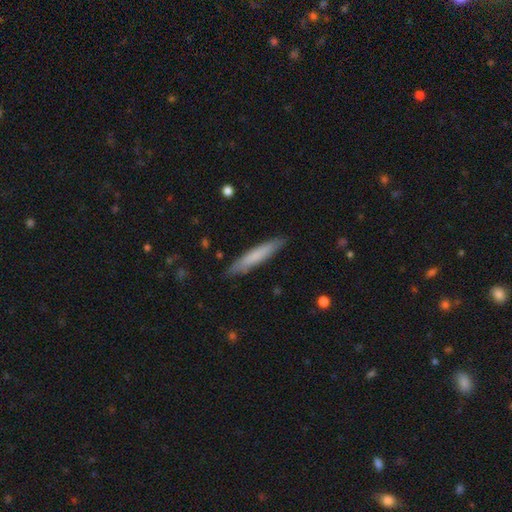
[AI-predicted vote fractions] This is likely a smooth galaxy (73%). How rounded: clearly cigar-shaped (92%). Merging: clearly none (88%).